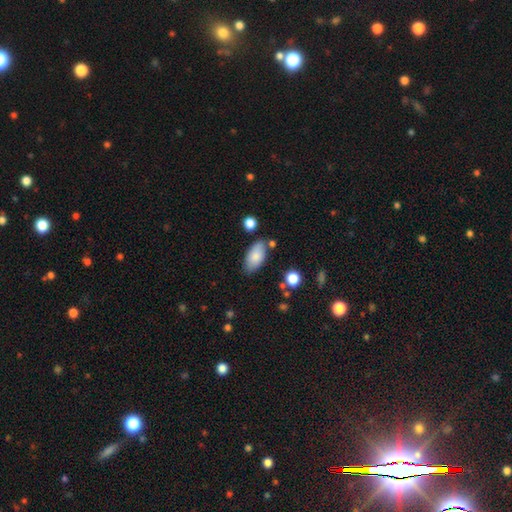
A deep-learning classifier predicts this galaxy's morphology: A smooth galaxy with no disk features (82%) that is in between round and cigar-shaped (93%).

Vote fractions:
- Smooth or featured? smooth: 82% / featured or disk: 11% / star or artifact: 7%
- How rounded? in between: 93% / cigar-shaped: 4% / round: 3%
- Merging? none: 74% / minor disturbance: 17% / merger: 6% / major disturbance: 4%